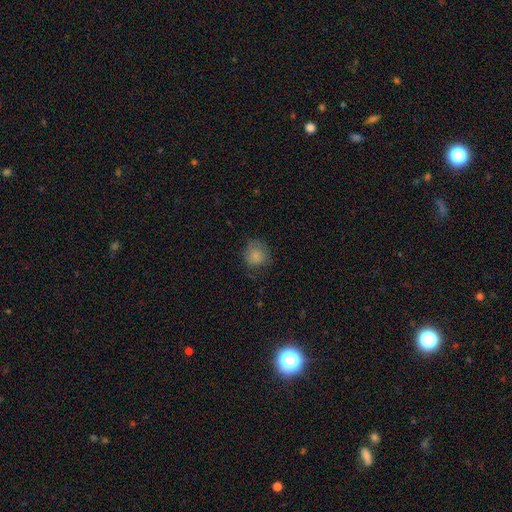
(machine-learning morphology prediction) Smooth or featured? smooth (80%)
How rounded? round (83%)
Merging? none (67%)